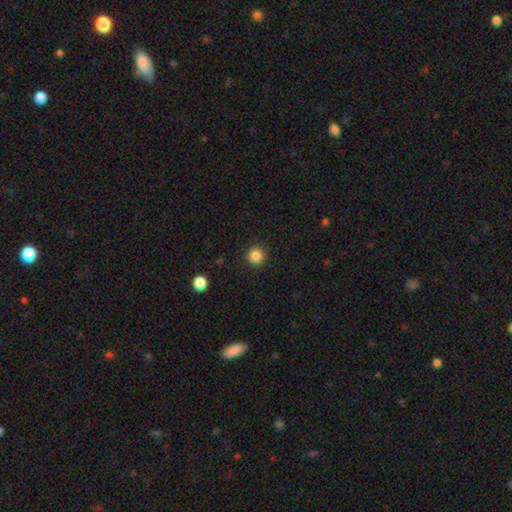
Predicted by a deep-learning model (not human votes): Smooth or featured: smooth — 86% (star or artifact — 11%)
How rounded: round — 95% (in between — 4%)
Merging: none — 92% (minor disturbance — 5%)